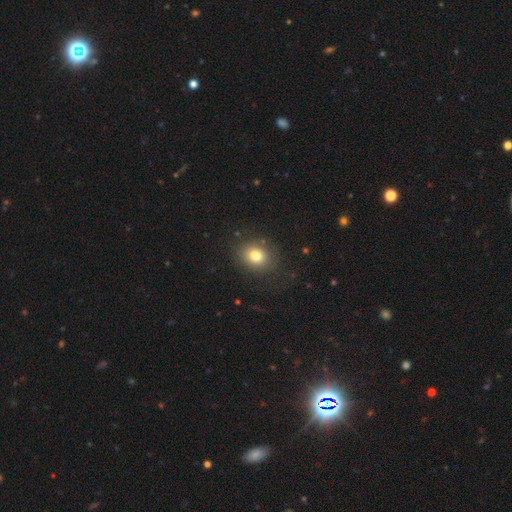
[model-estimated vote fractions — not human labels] This appears to be a smooth galaxy with no disk features (79%) that is round (62%). Merging: none (81%).